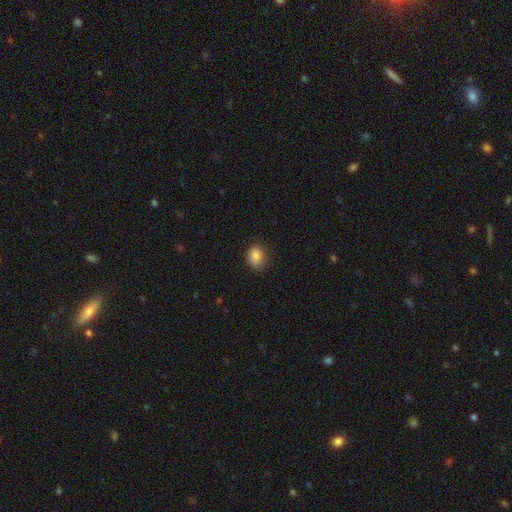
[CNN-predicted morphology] Smooth or featured? Predicted: smooth (p=0.85). How rounded? Predicted: in between (p=0.57). Merging? Predicted: none (p=0.77).